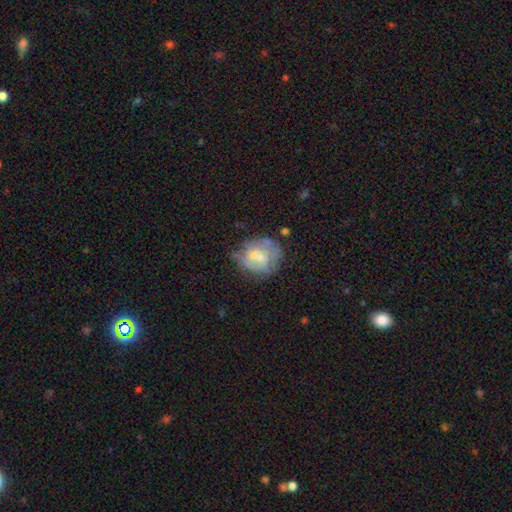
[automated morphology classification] Smooth or featured? Predicted: featured or disk (p=0.50). Edge-on disk? Predicted: no (p=0.97). Merging? Predicted: none (p=0.46).